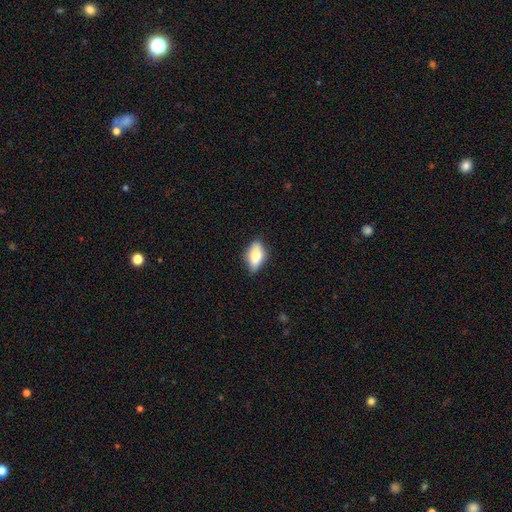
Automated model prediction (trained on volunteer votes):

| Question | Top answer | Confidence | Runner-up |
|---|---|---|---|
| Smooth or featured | smooth | 74% | featured or disk (19%) |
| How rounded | in between | 87% | cigar-shaped (8%) |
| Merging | none | 76% | minor disturbance (20%) |